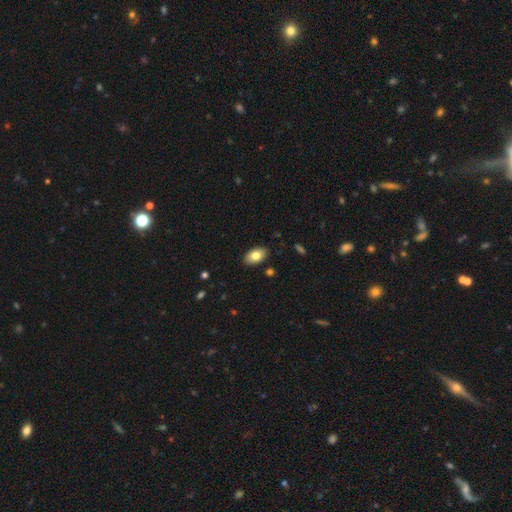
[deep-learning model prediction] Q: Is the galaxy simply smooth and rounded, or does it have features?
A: smooth — 80%.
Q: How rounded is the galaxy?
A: in between — 92%.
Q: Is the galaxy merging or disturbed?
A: none — 88%.